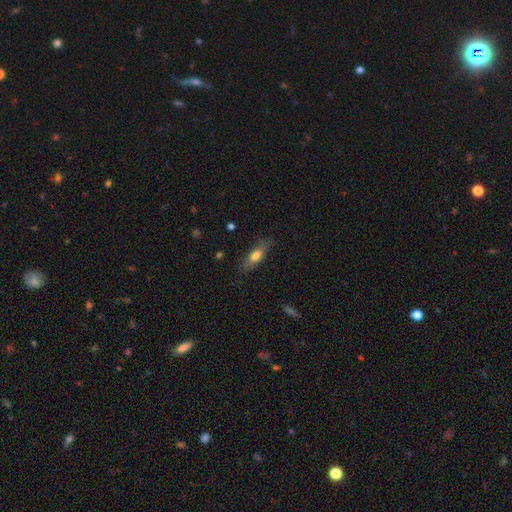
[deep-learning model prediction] A smooth galaxy with no disk features (69%) that is in between round and cigar-shaped (55%).

Vote fractions:
- Smooth or featured? smooth: 69% / featured or disk: 23% / star or artifact: 7%
- How rounded? in between: 55% / cigar-shaped: 42% / round: 3%
- Merging? none: 76% / minor disturbance: 18% / major disturbance: 5% / merger: 1%